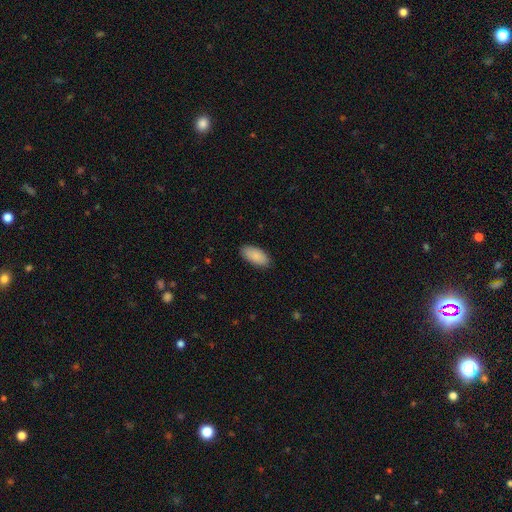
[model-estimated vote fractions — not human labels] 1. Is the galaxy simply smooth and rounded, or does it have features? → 89% smooth, 6% star or artifact, 5% featured or disk.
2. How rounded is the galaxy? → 92% in between, 6% cigar-shaped, 2% round.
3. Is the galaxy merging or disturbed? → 88% none, 9% minor disturbance, 2% major disturbance, 1% merger.